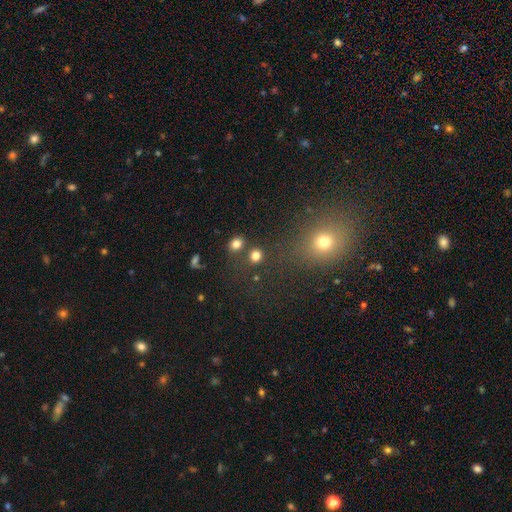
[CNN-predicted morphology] smooth_or_featured: smooth (p=0.79) [alt: star or artifact p=0.16]
how_rounded: round (p=0.78) [alt: in between p=0.21]
merging: none (p=0.76) [alt: merger p=0.13]